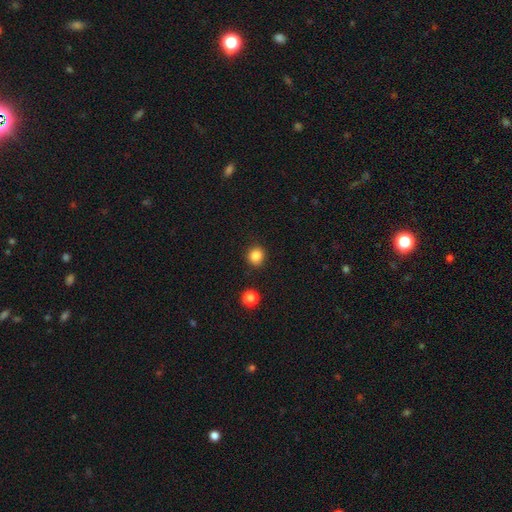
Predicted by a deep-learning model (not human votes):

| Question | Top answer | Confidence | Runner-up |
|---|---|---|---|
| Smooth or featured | smooth | 85% | star or artifact (12%) |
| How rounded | round | 87% | in between (12%) |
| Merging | none | 89% | minor disturbance (7%) |